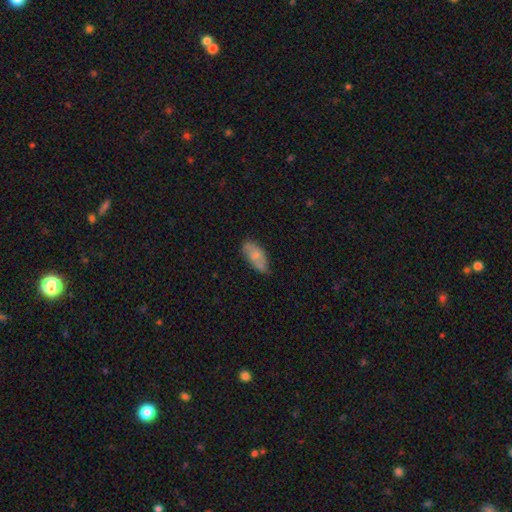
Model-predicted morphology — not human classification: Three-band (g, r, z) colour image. It shows a smooth galaxy with no disk features (66%) that is in between round and cigar-shaped (89%). Merging: none (61%).